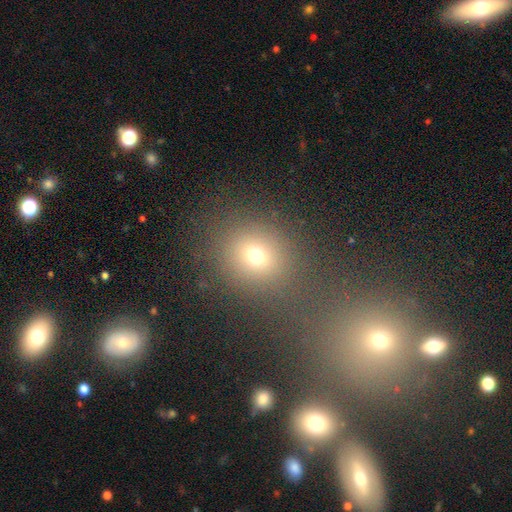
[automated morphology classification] Smooth or featured?
  - smooth: 65% *
  - star or artifact: 25%
  - featured or disk: 10%
How rounded?
  - round: 75% *
  - in between: 24%
  - cigar-shaped: 1%
Merging?
  - none: 77% *
  - merger: 11%
  - minor disturbance: 8%
  - major disturbance: 4%